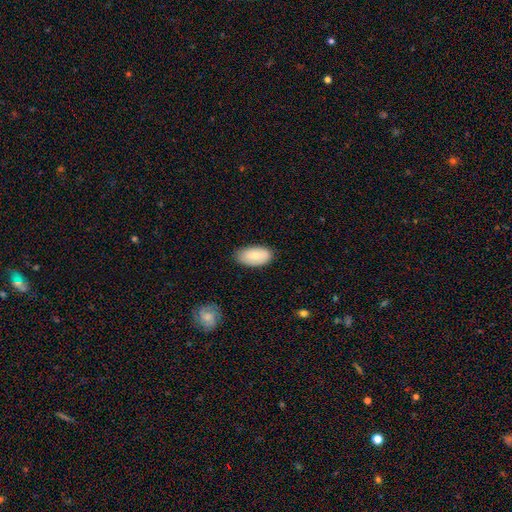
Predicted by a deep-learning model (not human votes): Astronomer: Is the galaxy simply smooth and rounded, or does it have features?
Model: smooth — 77%.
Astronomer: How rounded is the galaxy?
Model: in between — 95%.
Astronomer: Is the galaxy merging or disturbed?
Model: none — 79%.